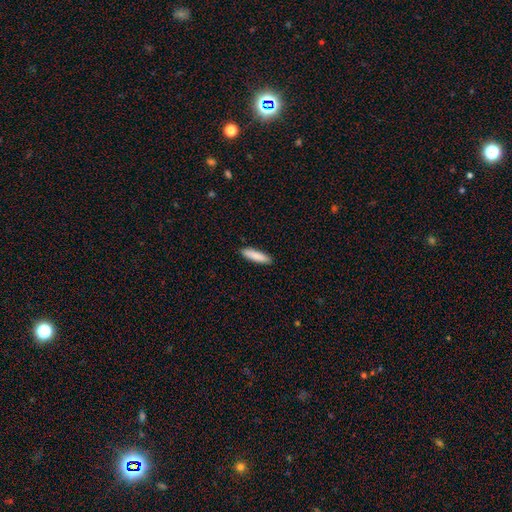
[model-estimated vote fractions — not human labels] Smooth or featured? smooth (87%)
How rounded? cigar-shaped (74%)
Merging? none (90%)